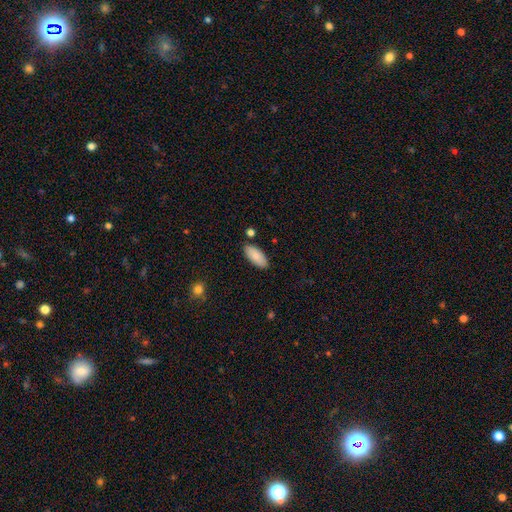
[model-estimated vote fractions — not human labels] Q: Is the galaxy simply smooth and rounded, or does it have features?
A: smooth — 83%.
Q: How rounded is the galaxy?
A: in between — 89%.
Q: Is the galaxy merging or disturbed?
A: none — 85%.